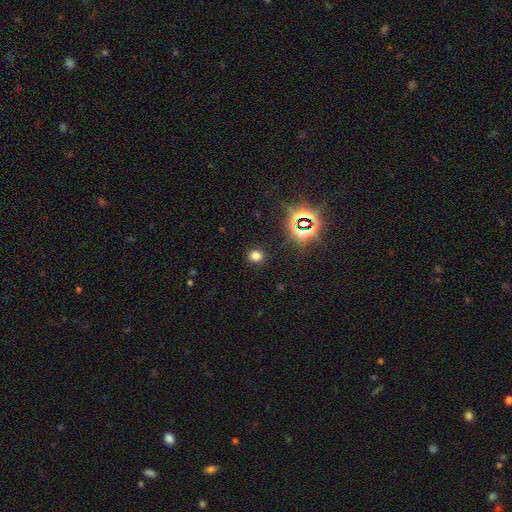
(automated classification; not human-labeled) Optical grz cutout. It shows a smooth galaxy with no disk features (72%) that is round (71%). Merging: none (88%).